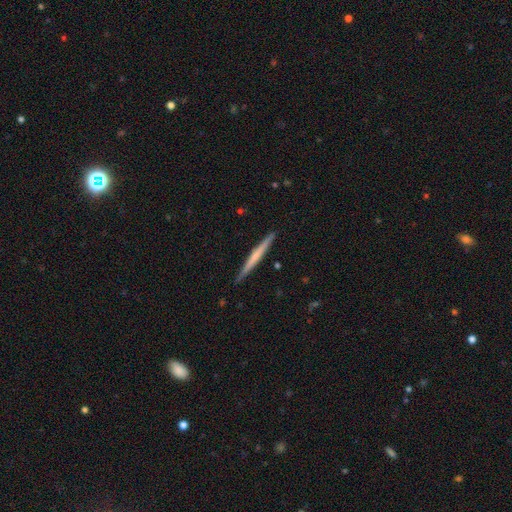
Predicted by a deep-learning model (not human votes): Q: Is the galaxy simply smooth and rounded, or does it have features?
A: featured or disk — 54%.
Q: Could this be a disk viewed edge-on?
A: yes — 98%.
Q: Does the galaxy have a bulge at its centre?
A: none — 66%.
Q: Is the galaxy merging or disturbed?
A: none — 91%.